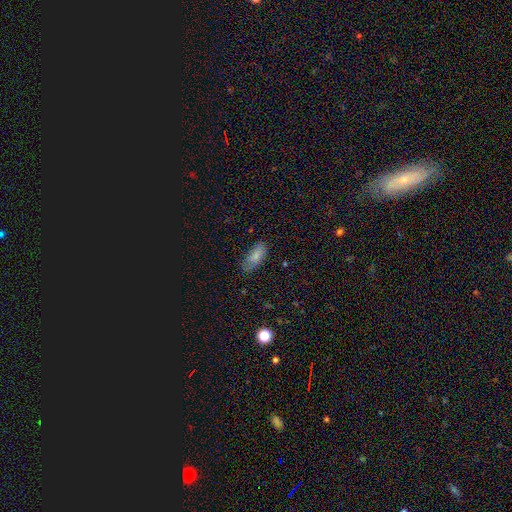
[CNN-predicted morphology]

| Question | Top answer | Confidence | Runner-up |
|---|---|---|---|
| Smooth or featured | smooth | 81% | featured or disk (11%) |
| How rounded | in between | 85% | cigar-shaped (13%) |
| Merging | none | 63% | minor disturbance (28%) |